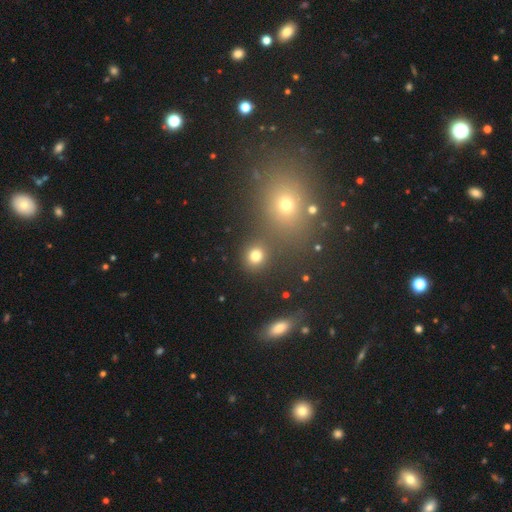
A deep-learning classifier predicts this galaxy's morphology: This is likely a smooth galaxy (78%). How rounded: clearly round (83%). Merging: likely none (79%).